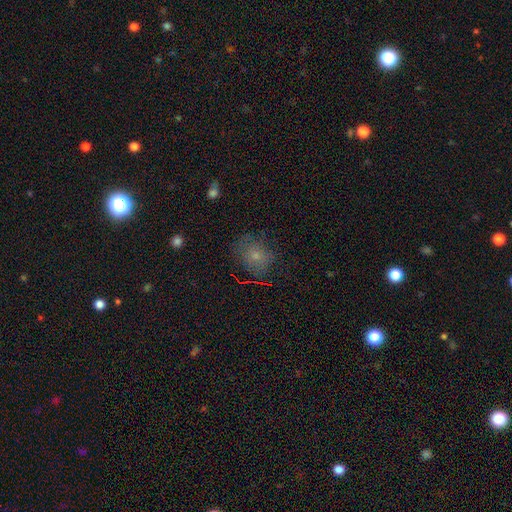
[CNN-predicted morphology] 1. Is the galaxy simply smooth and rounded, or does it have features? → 64% smooth, 20% featured or disk, 16% star or artifact.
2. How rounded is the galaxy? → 69% round, 30% in between, 1% cigar-shaped.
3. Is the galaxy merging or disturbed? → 68% none, 21% minor disturbance, 10% major disturbance, 2% merger.